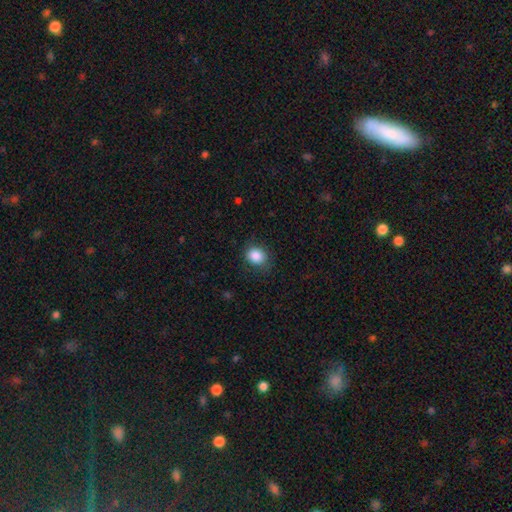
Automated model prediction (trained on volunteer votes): Smooth or featured? smooth (87%)
How rounded? round (69%)
Merging? none (77%)